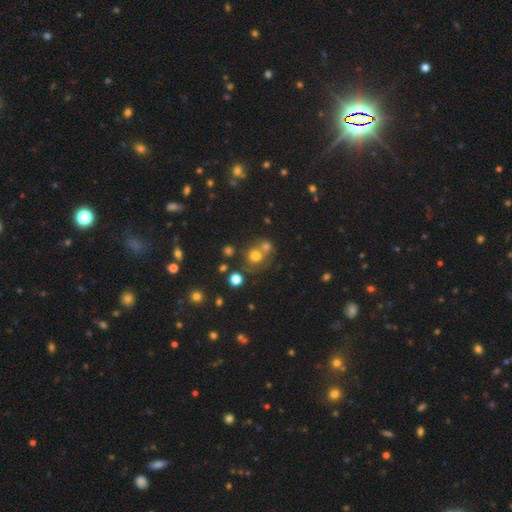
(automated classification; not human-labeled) The model was most divided on "merging": none: 46%, merger: 41%, minor disturbance: 8%, major disturbance: 4%. More confident: how rounded — round (84%); smooth or featured — smooth (71%).